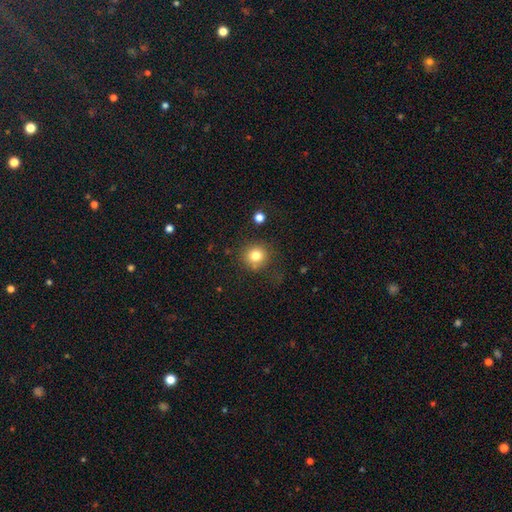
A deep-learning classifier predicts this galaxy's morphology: The model was most divided on "merging": none: 79%, minor disturbance: 12%, major disturbance: 5%, merger: 4%. More confident: how rounded — round (91%); smooth or featured — smooth (79%).